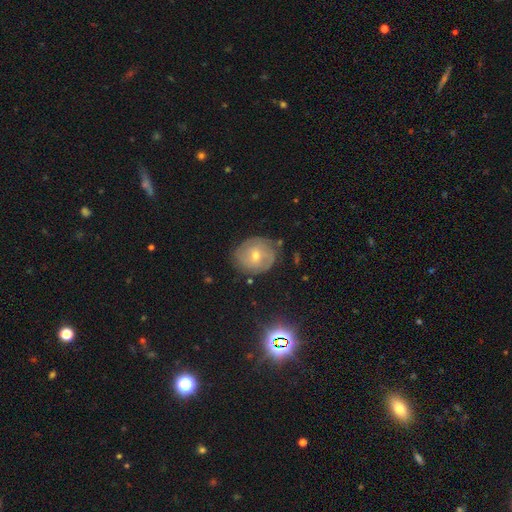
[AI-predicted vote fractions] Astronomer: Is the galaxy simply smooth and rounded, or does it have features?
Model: featured or disk — 55% (runner-up: smooth, 32%).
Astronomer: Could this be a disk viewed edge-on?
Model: no — 95%.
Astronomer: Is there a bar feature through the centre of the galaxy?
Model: no — 57% (runner-up: weak, 34%).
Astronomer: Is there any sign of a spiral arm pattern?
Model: yes — 72%.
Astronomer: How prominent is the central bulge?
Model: moderate — 50% (runner-up: small, 47%).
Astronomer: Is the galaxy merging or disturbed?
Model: none — 75%.